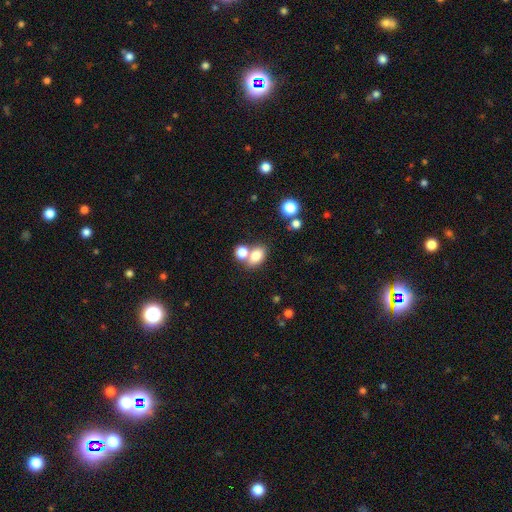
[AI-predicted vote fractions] smooth_or_featured: smooth (p=0.79) [alt: featured or disk p=0.10]
how_rounded: in between (p=0.76) [alt: round p=0.22]
merging: none (p=0.43) [tied with: merger p=0.43]